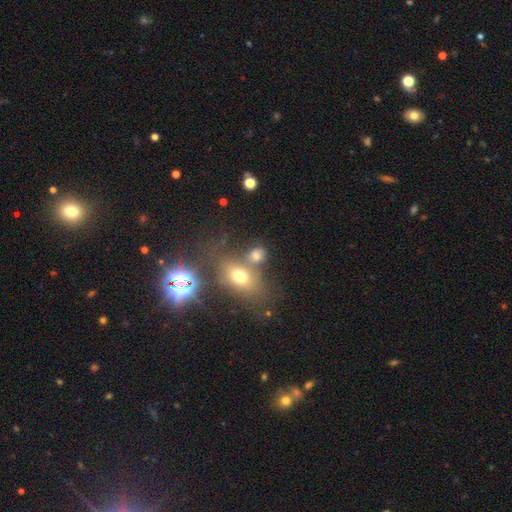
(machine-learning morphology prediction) Q: Smooth or featured?
A: smooth (64%); runner-up: star or artifact (21%)
Q: How rounded?
A: in between (59%); runner-up: round (38%)
Q: Merging?
A: none (53%); runner-up: merger (27%)